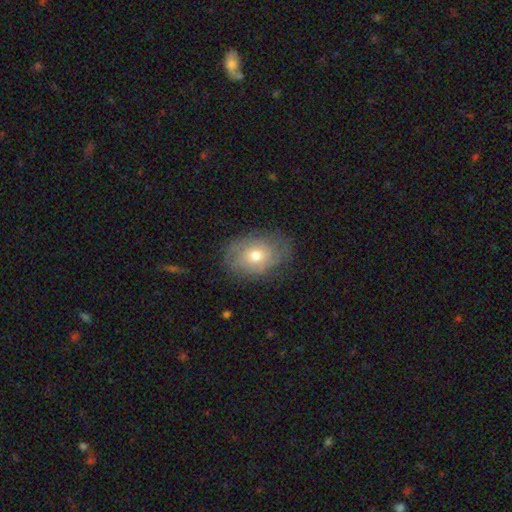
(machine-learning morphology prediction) featured or disk 51%, smooth 40%, star or artifact 9%. Down the decision tree: edge-on disk — no (94%); merging — none (73%).